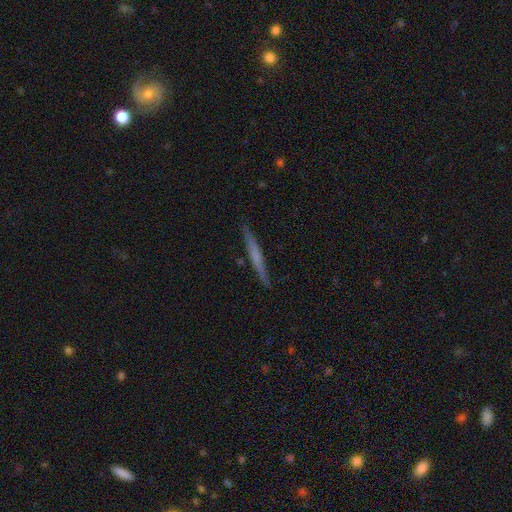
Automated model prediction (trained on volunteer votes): Smooth or featured? featured or disk (49%)
Merging? none (90%)